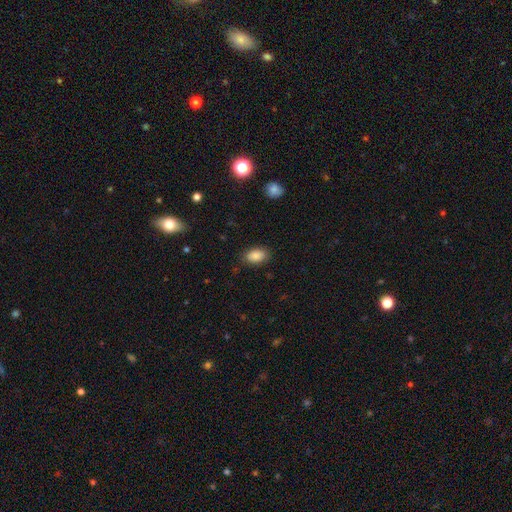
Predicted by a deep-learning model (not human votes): Smooth or featured? smooth (87%)
How rounded? in between (90%)
Merging? none (84%)